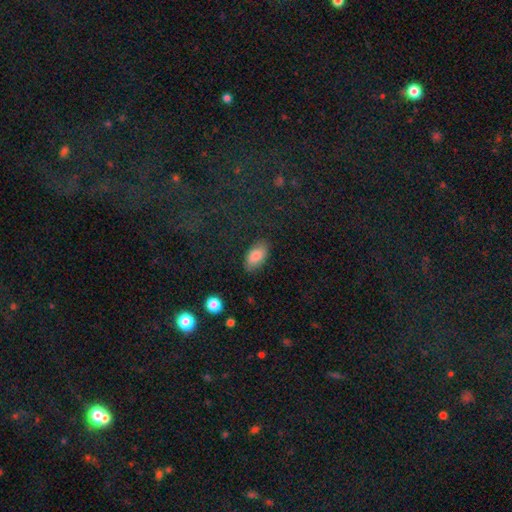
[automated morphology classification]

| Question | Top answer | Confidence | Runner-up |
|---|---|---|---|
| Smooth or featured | smooth | 83% | featured or disk (9%) |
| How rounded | in between | 94% | round (4%) |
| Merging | none | 82% | minor disturbance (13%) |